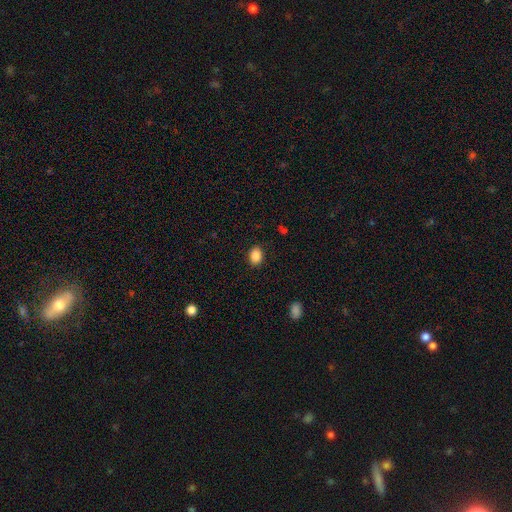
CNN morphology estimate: type=smooth (87%); roundness=in between (69%); merging=none (88%).